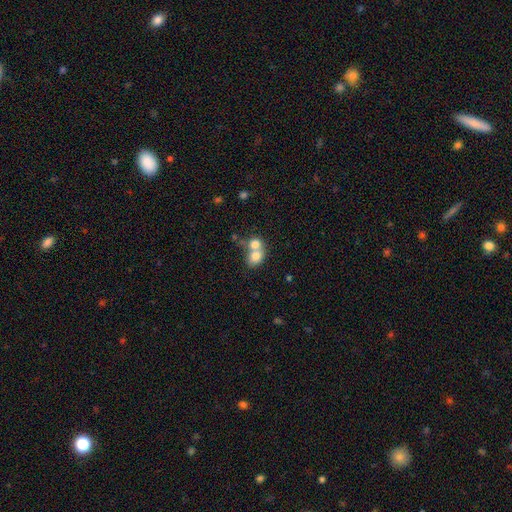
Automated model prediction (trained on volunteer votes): Smooth or featured? smooth (75%)
How rounded? round (57%)
Merging? merger (69%)